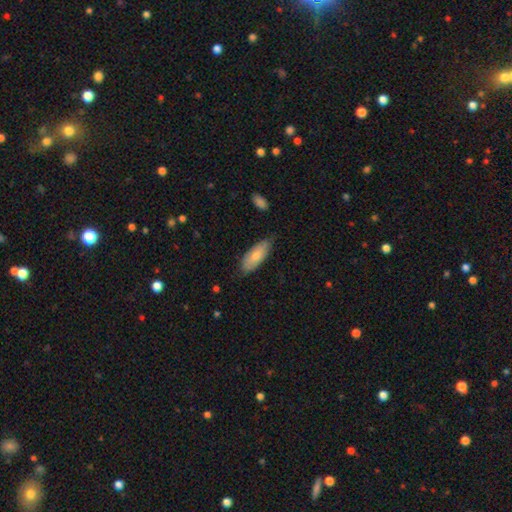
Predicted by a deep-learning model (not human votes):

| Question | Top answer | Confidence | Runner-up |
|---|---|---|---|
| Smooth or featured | smooth | 68% | featured or disk (26%) |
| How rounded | in between | 76% | cigar-shaped (22%) |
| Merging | none | 77% | minor disturbance (19%) |